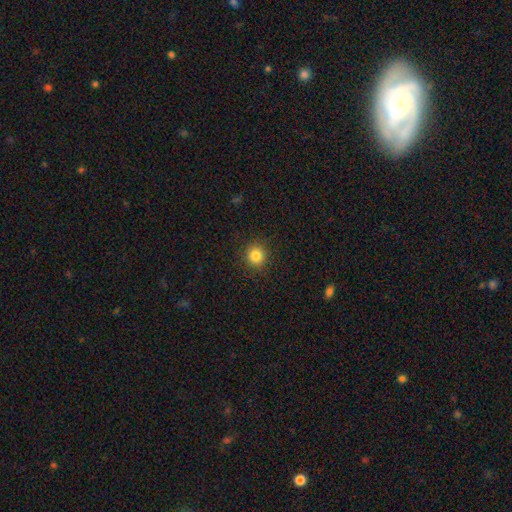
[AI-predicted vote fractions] Overall: smooth (83%). How rounded: round (92%). Merging: none (91%).